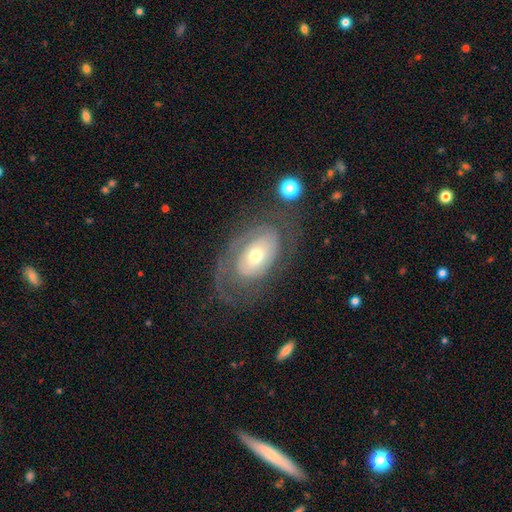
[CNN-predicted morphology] smooth_or_featured: featured or disk (p=0.71) [alt: smooth p=0.22]
disk_edge_on: no (p=0.94) [alt: yes p=0.06]
bar: no (p=0.74) [alt: weak p=0.19]
has_spiral_arms: yes (p=0.67) [alt: no p=0.33]
bulge_size: moderate (p=0.57) [alt: small p=0.34]
merging: none (p=0.63) [alt: minor disturbance p=0.18]